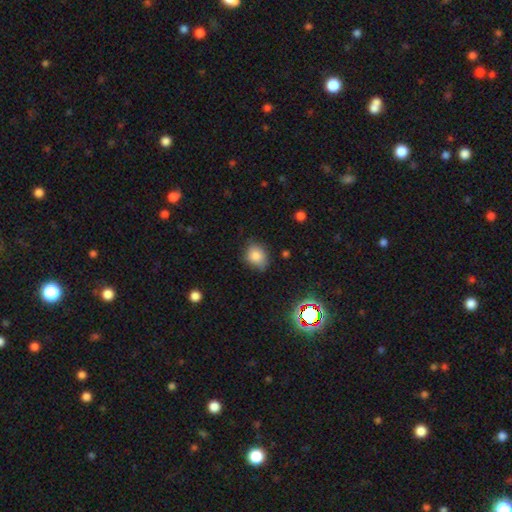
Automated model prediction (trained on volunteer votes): This appears to be a smooth galaxy with no disk features (82%) that is round (56%). Merging: none (69%).